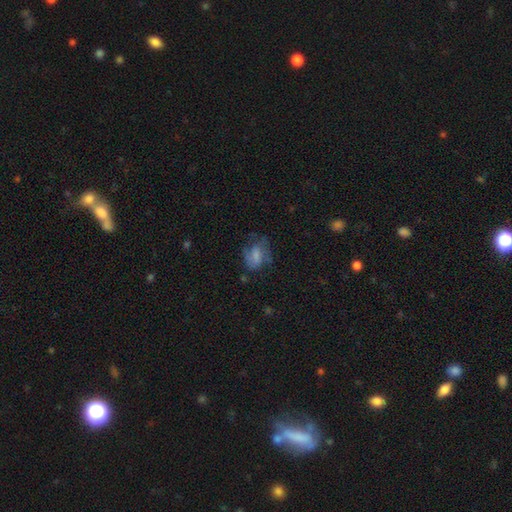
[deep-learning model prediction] smooth-or-featured: smooth: 50% | featured or disk: 40% | star or artifact: 10%
  how-rounded: in between: 78% | round: 19% | cigar-shaped: 3%
  merging: none: 46% | minor disturbance: 27% | major disturbance: 25% | merger: 2%